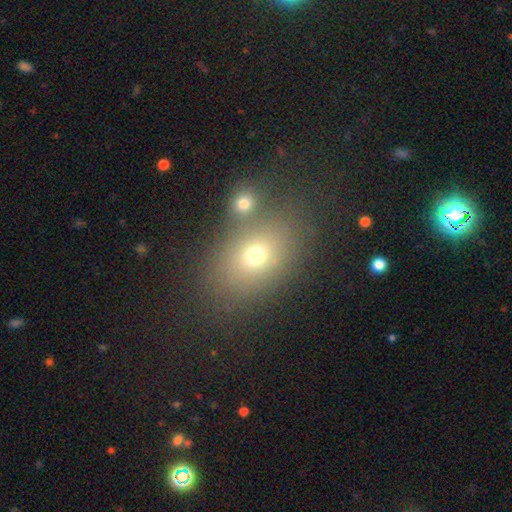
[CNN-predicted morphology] This is likely a smooth galaxy (69%). How rounded: likely in between (68%). Merging: likely none (63%).